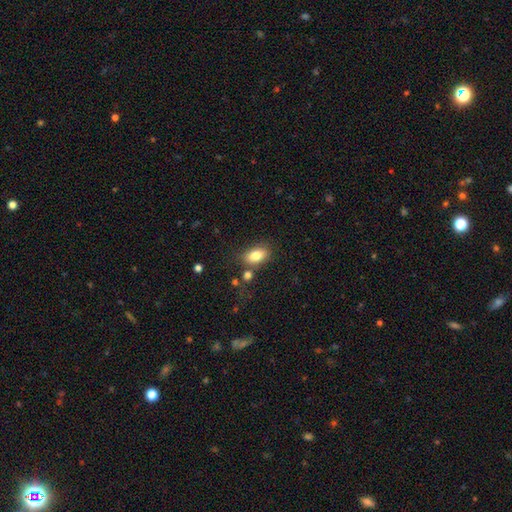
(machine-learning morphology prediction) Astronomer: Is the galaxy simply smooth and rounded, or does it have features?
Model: smooth — 82%.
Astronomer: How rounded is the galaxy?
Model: in between — 89%.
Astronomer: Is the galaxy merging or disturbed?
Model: none — 72%.